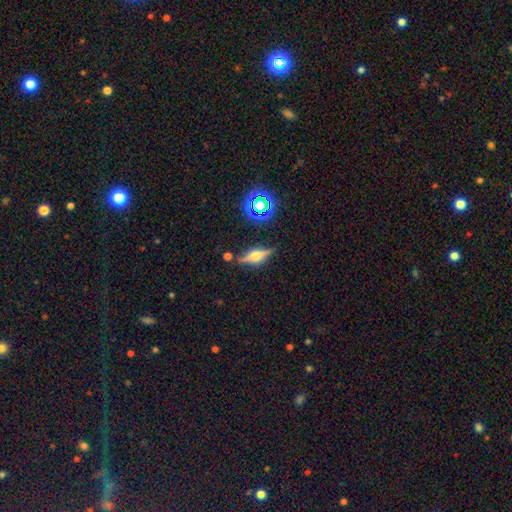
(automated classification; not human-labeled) Overall: featured or disk (68%). Edge-on disk: yes (94%). Edge-on bulge: rounded (91%). Merging: none (80%).